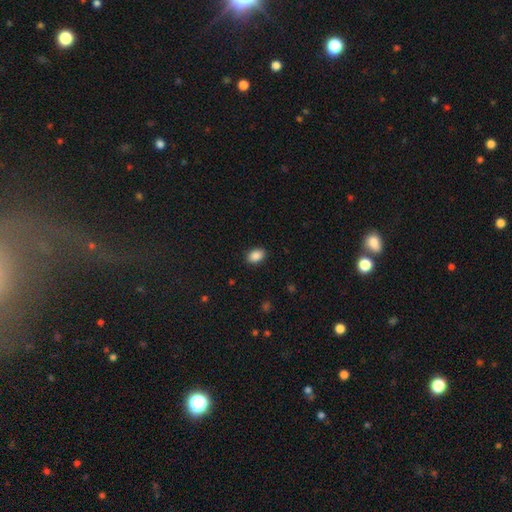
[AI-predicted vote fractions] Smooth or featured?
  - smooth: 89% *
  - star or artifact: 8%
  - featured or disk: 3%
How rounded?
  - in between: 85% *
  - round: 14%
  - cigar-shaped: 1%
Merging?
  - none: 89% *
  - minor disturbance: 8%
  - major disturbance: 2%
  - merger: 1%